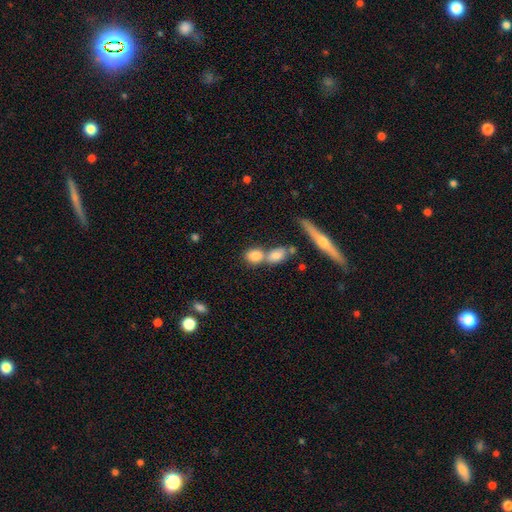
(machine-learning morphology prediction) smooth_or_featured: smooth (p=0.79) [alt: featured or disk p=0.12]
how_rounded: in between (p=0.48) [alt: round p=0.45]
merging: merger (p=0.47) [alt: none p=0.40]